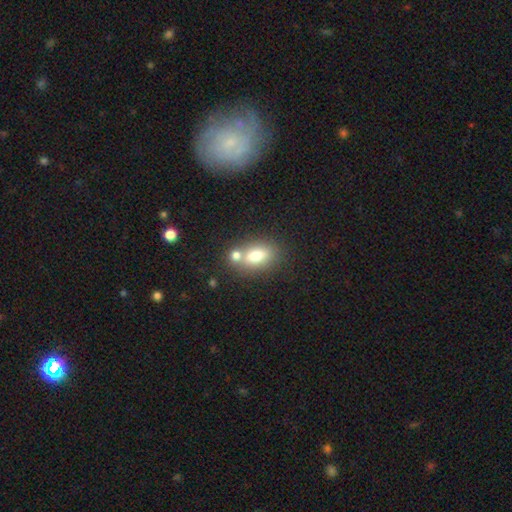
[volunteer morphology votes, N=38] smooth_or_featured: smooth (p=0.74) [alt: featured or disk p=0.21]
how_rounded: in between (p=0.89) [alt: round p=0.11]
merging: merger (p=0.47) [alt: none p=0.39]